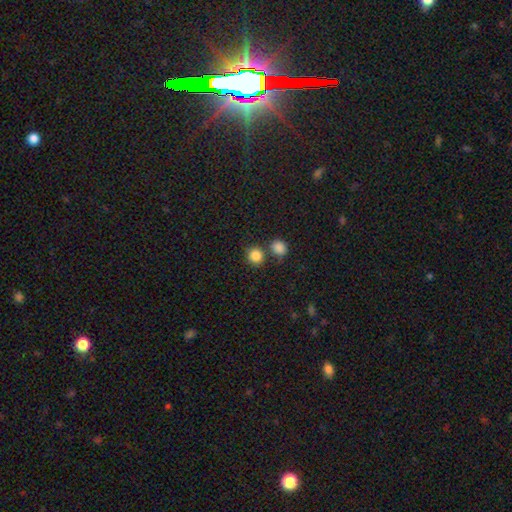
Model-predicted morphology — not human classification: Smooth or featured?
  - smooth: 85% *
  - star or artifact: 11%
  - featured or disk: 4%
How rounded?
  - round: 88% *
  - in between: 11%
  - cigar-shaped: 1%
Merging?
  - none: 71% *
  - merger: 18%
  - minor disturbance: 8%
  - major disturbance: 3%